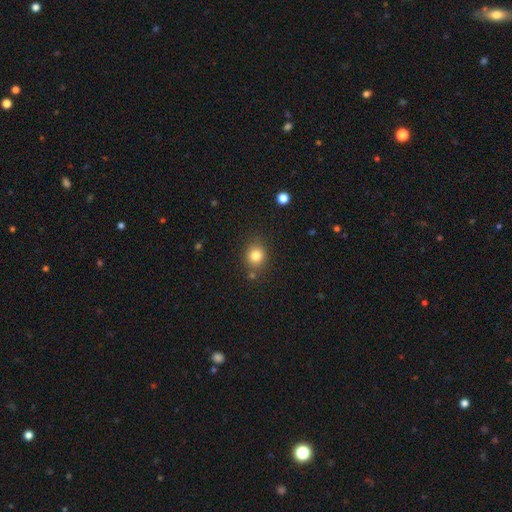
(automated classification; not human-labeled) smooth_or_featured: smooth (p=0.82) [alt: star or artifact p=0.11]
how_rounded: round (p=0.77) [alt: in between p=0.22]
merging: none (p=0.79) [alt: minor disturbance p=0.11]